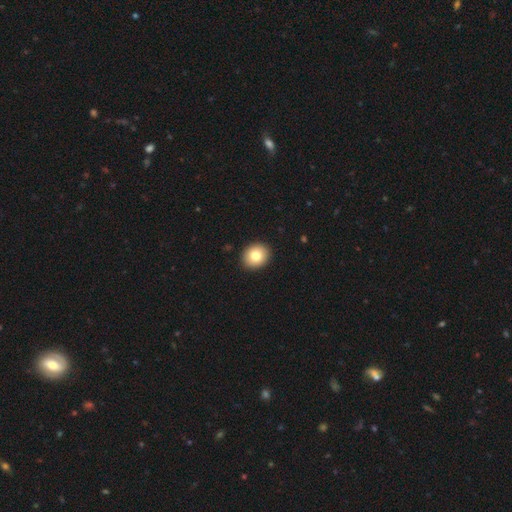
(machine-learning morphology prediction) Q: Smooth or featured?
A: smooth (81%); runner-up: featured or disk (11%)
Q: How rounded?
A: round (69%); runner-up: in between (30%)
Q: Merging?
A: none (92%); runner-up: minor disturbance (5%)